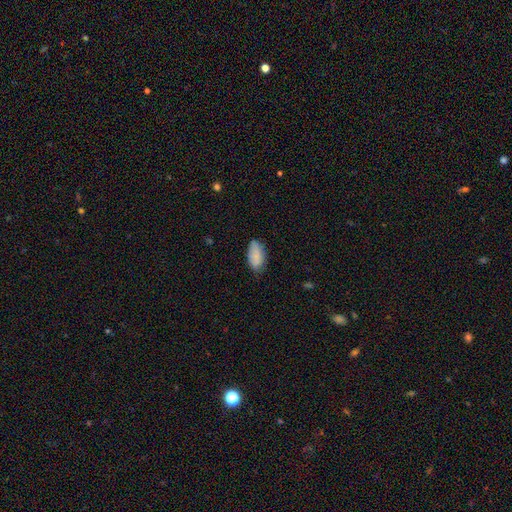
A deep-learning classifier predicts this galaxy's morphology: Overall: smooth (86%). How rounded: in between (93%). Merging: none (72%).